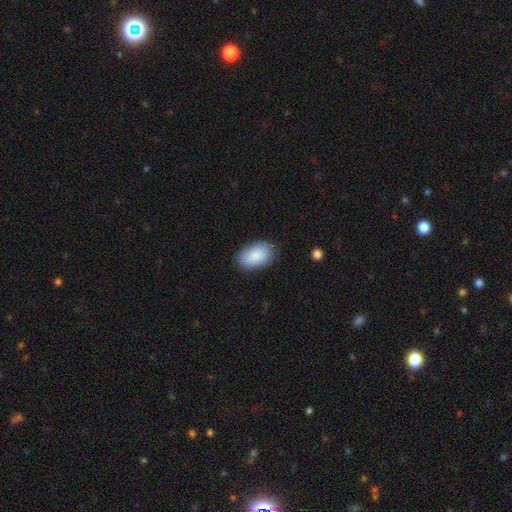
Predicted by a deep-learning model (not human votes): smooth_or_featured: smooth (p=0.88) [alt: featured or disk p=0.06]
how_rounded: in between (p=0.93) [alt: round p=0.06]
merging: none (p=0.82) [alt: minor disturbance p=0.14]